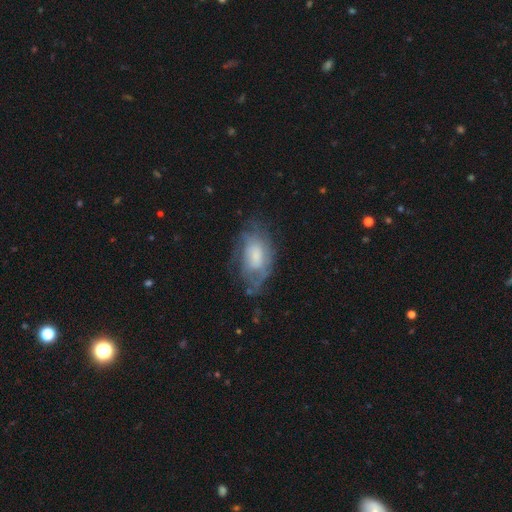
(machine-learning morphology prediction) The model was most divided on "smooth or featured": featured or disk: 52%, smooth: 39%, star or artifact: 8%. More confident: edge-on disk — no (94%); merging — none (52%).